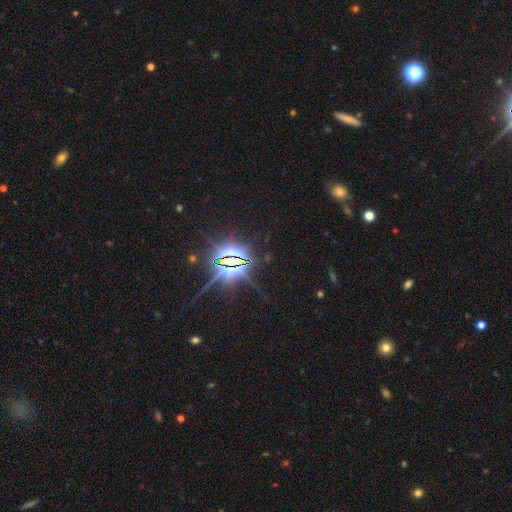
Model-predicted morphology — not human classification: Smooth or featured?
  - star or artifact: 85% *
  - smooth: 8%
  - featured or disk: 7%